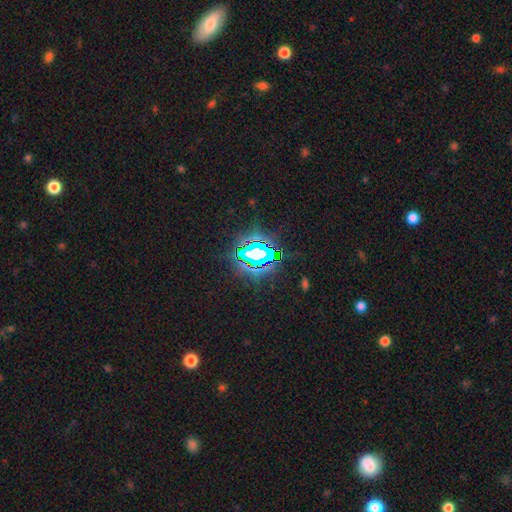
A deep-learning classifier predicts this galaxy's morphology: type=star or artifact (82%).